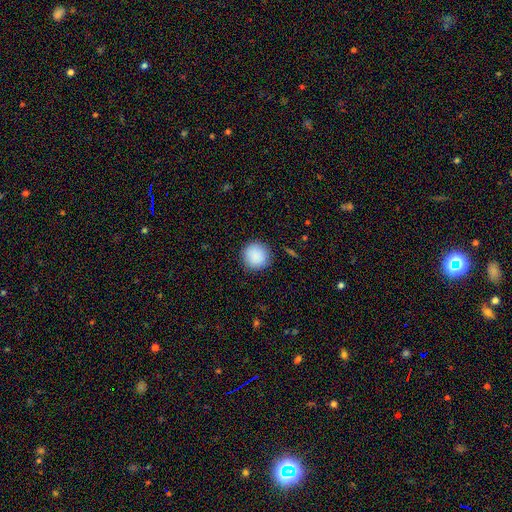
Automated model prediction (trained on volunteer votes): Smooth or featured? smooth (89%)
How rounded? round (95%)
Merging? none (90%)